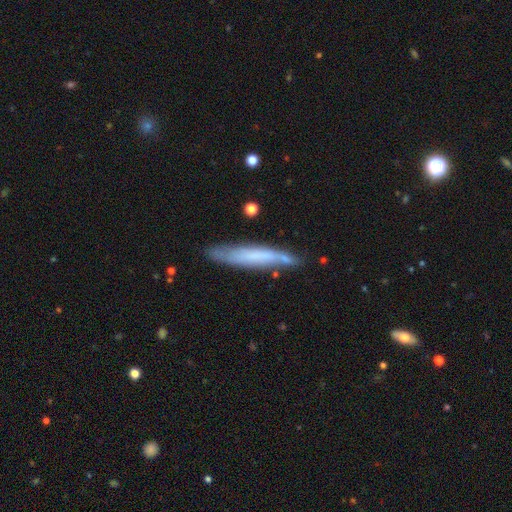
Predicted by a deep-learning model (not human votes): A smooth galaxy with no disk features (55%) that is cigar-shaped (92%).

Vote fractions:
- Smooth or featured? smooth: 55% / featured or disk: 38% / star or artifact: 7%
- How rounded? cigar-shaped: 92% / in between: 7% / round: 1%
- Merging? none: 72% / minor disturbance: 19% / merger: 5% / major disturbance: 4%